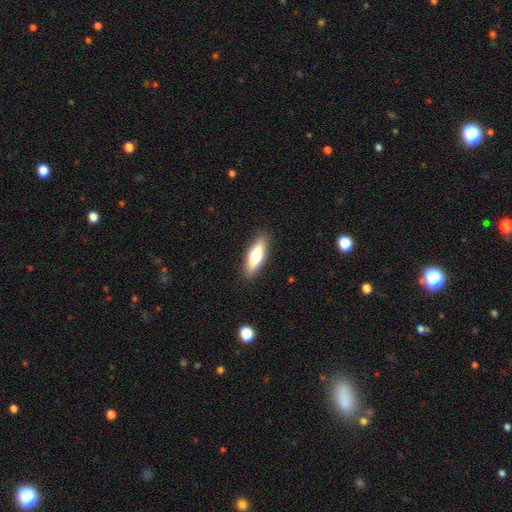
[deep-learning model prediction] smooth_or_featured: smooth (p=0.63) [alt: featured or disk p=0.31]
how_rounded: cigar-shaped (p=0.52) [alt: in between p=0.46]
merging: none (p=0.89) [alt: minor disturbance p=0.08]